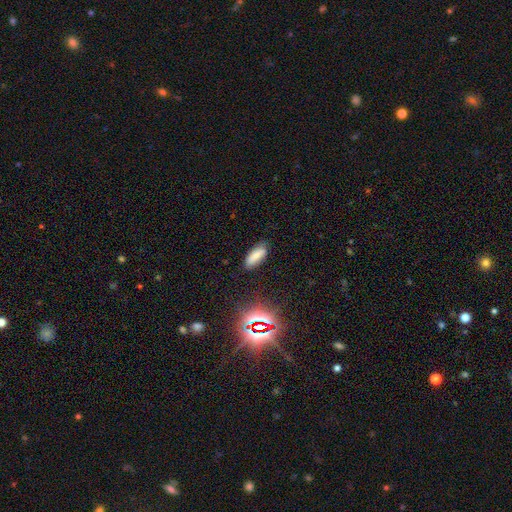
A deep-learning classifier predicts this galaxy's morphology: Overall: smooth (76%). How rounded: in between (74%). Merging: none (80%).